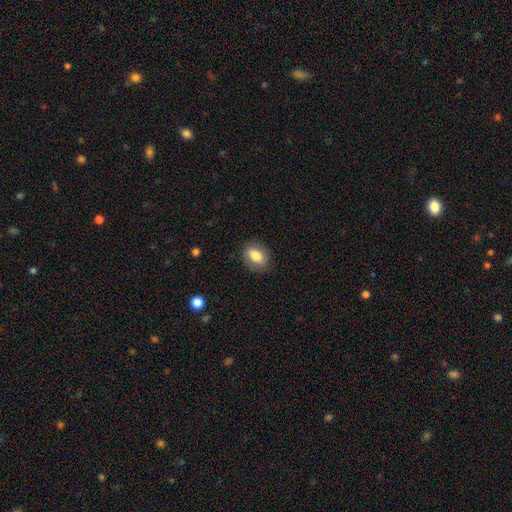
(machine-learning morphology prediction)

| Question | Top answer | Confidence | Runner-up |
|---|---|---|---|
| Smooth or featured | smooth | 81% | featured or disk (11%) |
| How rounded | in between | 77% | round (21%) |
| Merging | none | 84% | minor disturbance (12%) |